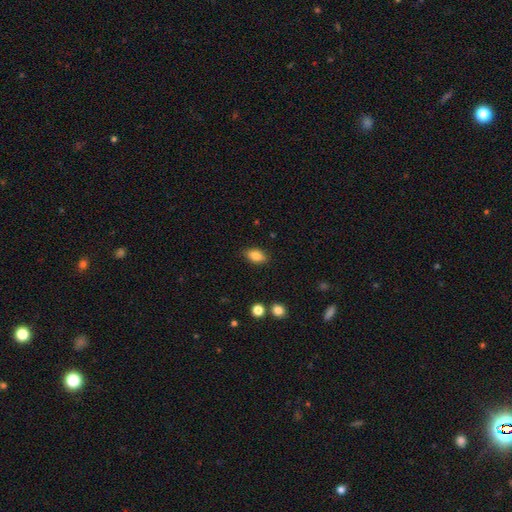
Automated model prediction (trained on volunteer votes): Smooth or featured? Predicted: smooth (p=0.84). How rounded? Predicted: in between (p=0.87). Merging? Predicted: none (p=0.86).